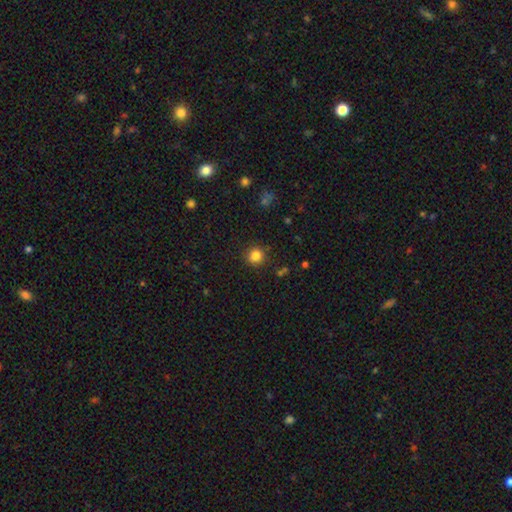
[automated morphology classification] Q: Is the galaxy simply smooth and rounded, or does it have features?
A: smooth — 84%.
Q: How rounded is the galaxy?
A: round — 90%.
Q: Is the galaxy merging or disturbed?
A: none — 88%.